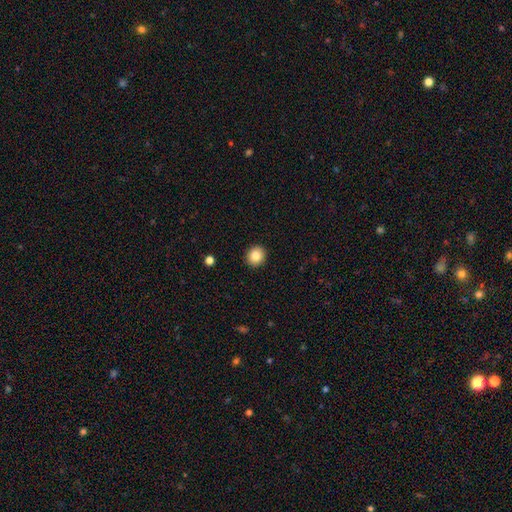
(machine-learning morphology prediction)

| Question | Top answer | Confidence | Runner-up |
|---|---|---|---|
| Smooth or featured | smooth | 84% | star or artifact (9%) |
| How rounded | round | 85% | in between (14%) |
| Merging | none | 92% | minor disturbance (5%) |